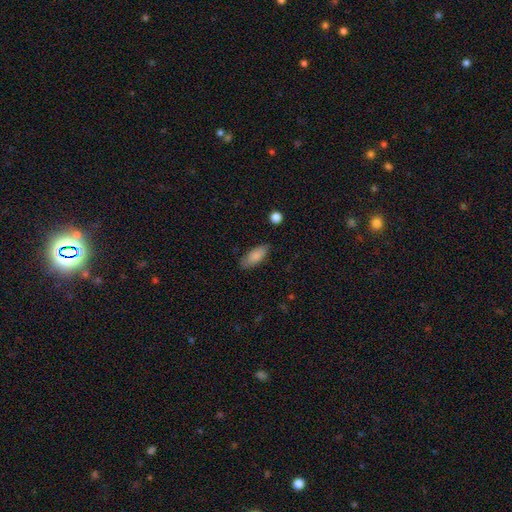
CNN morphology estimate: Smooth or featured? smooth (86%)
How rounded? in between (79%)
Merging? none (80%)